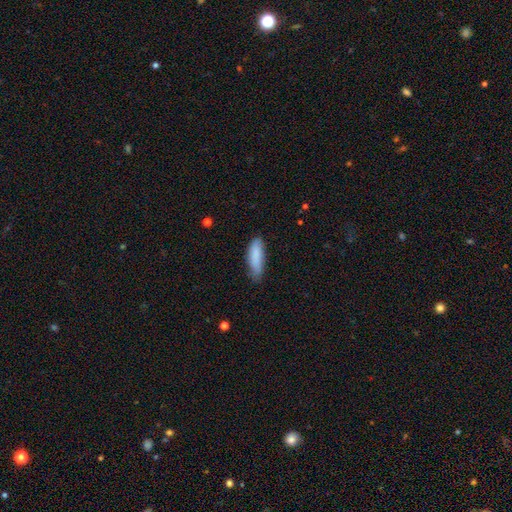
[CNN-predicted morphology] Overall: smooth (86%). How rounded: cigar-shaped (50%; in between 48%). Merging: none (62%; minor disturbance 31%).